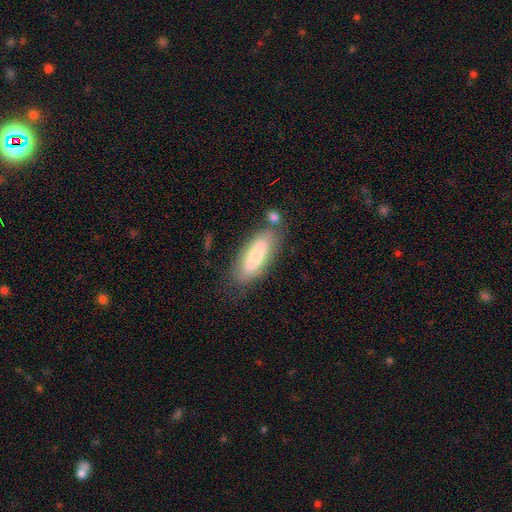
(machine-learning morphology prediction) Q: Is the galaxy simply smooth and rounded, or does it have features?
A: smooth — 73%.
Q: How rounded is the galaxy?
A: in between — 62%.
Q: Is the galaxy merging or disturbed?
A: none — 67%.